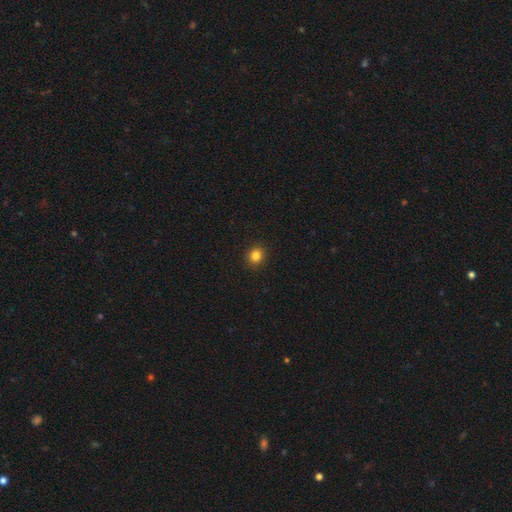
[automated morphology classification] type=smooth (84%); roundness=round (82%); merging=none (92%).